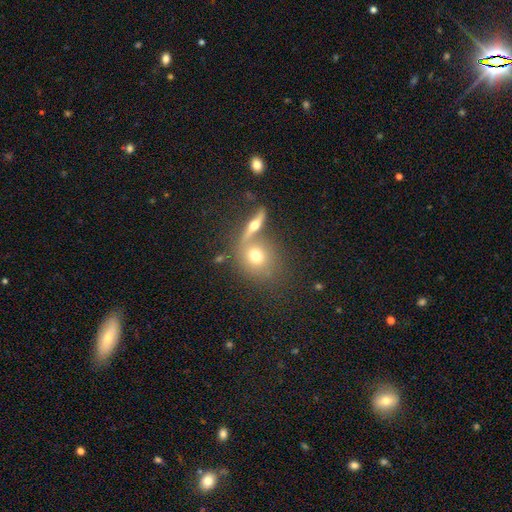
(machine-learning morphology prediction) A smooth galaxy with no disk features (65%) that is round (71%).

Vote fractions:
- Smooth or featured? smooth: 65% / featured or disk: 25% / star or artifact: 10%
- How rounded? round: 71% / in between: 26% / cigar-shaped: 3%
- Merging? none: 49% / merger: 36% / minor disturbance: 10% / major disturbance: 5%